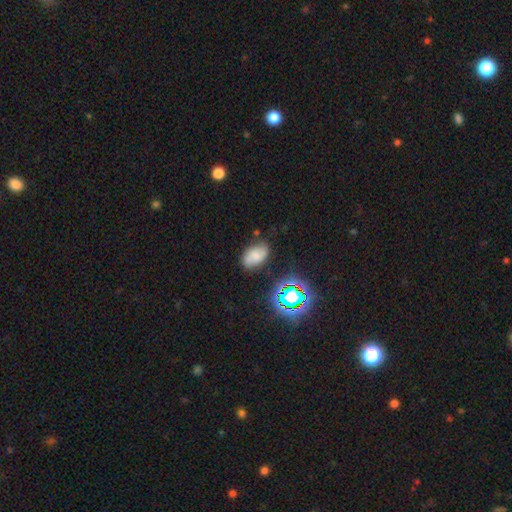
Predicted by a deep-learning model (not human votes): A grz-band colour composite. It shows a smooth galaxy with no disk features (57%) that is in between round and cigar-shaped (90%). Merging: none (72%).